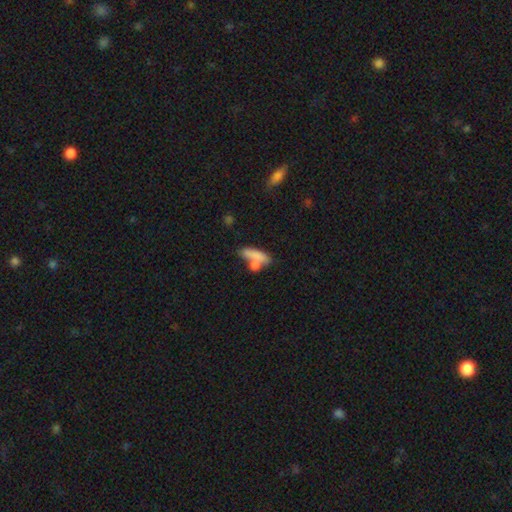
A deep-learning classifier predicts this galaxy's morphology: Overall: smooth (77%). How rounded: cigar-shaped (51%; in between 43%). Merging: none (46%; merger 33%).